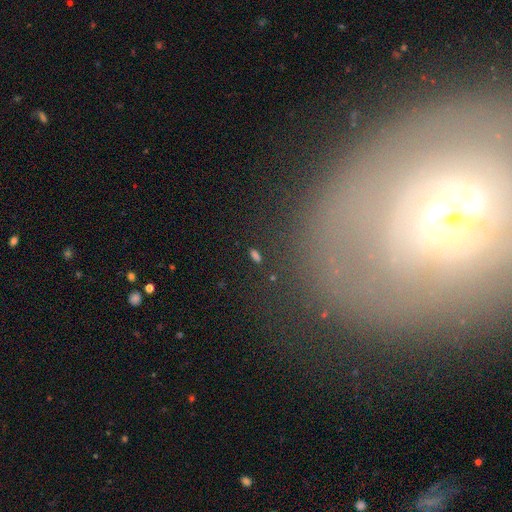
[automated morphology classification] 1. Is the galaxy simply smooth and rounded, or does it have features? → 51% smooth, 35% star or artifact, 14% featured or disk.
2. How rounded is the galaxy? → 73% in between, 16% round, 11% cigar-shaped.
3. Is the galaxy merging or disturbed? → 81% none, 10% minor disturbance, 6% major disturbance, 4% merger.